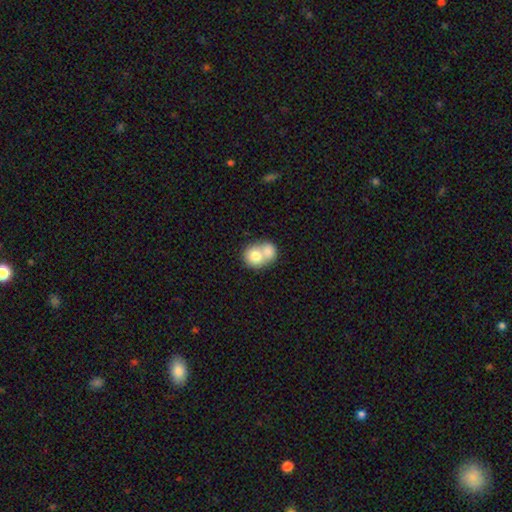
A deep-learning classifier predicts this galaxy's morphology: Smooth or featured?
  - smooth: 75% *
  - featured or disk: 17%
  - star or artifact: 8%
How rounded?
  - round: 71% *
  - in between: 28%
  - cigar-shaped: 1%
Merging?
  - merger: 69% *
  - none: 23%
  - minor disturbance: 6%
  - major disturbance: 3%